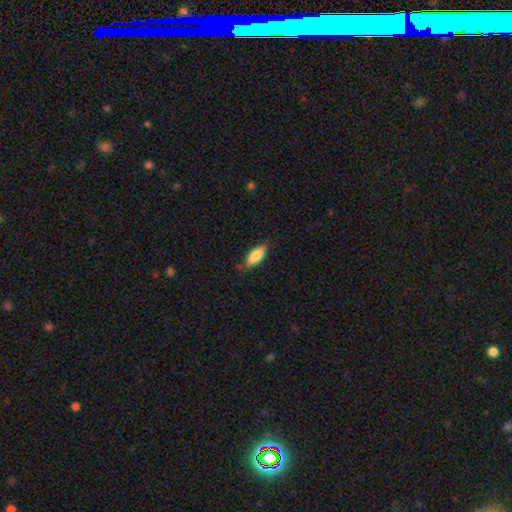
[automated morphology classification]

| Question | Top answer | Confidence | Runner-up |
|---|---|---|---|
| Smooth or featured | smooth | 86% | featured or disk (8%) |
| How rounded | in between | 83% | cigar-shaped (15%) |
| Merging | none | 74% | minor disturbance (21%) |